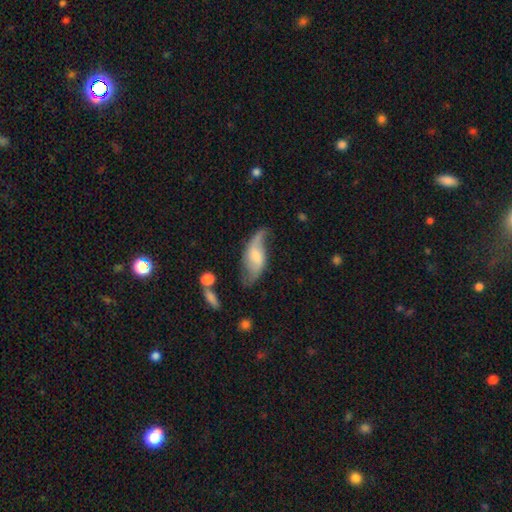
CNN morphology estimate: type=featured or disk (70%); edge-on=no (91%); bar=no (46%); spiral arms=yes (90%); winding=loose (77%); arm count=2 (85%); bulge=moderate (37%); merging=none (53%).